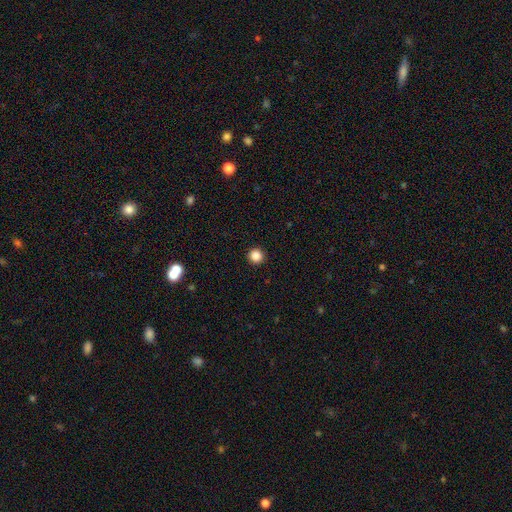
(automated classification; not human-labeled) Smooth or featured: smooth — 86% (star or artifact — 11%)
How rounded: round — 96% (in between — 3%)
Merging: none — 93% (minor disturbance — 4%)